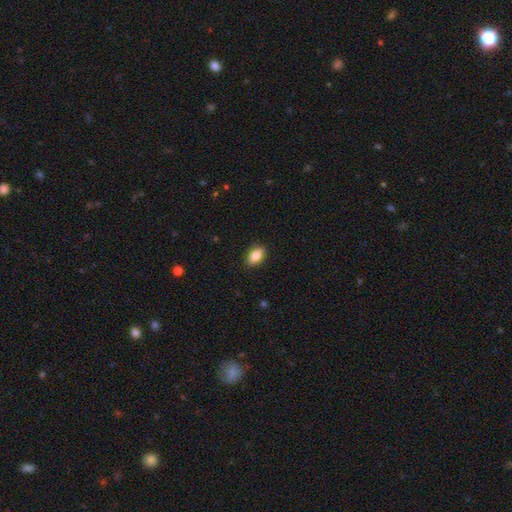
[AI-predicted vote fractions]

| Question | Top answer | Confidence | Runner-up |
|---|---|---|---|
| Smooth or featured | smooth | 85% | star or artifact (8%) |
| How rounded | in between | 87% | round (10%) |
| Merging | none | 88% | minor disturbance (9%) |